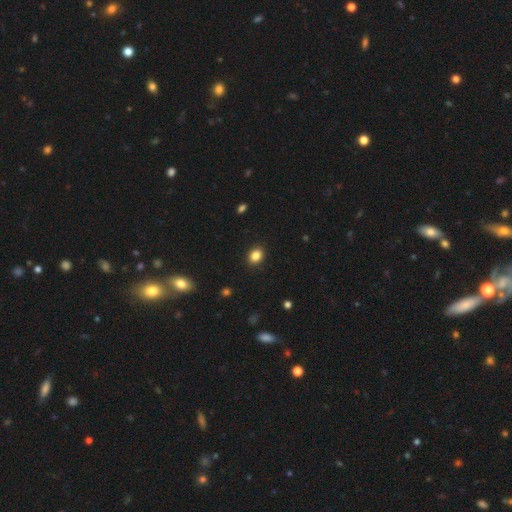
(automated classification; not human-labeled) smooth 85%, star or artifact 10%, featured or disk 5%. Down the decision tree: how rounded — in between (55%); merging — none (90%).